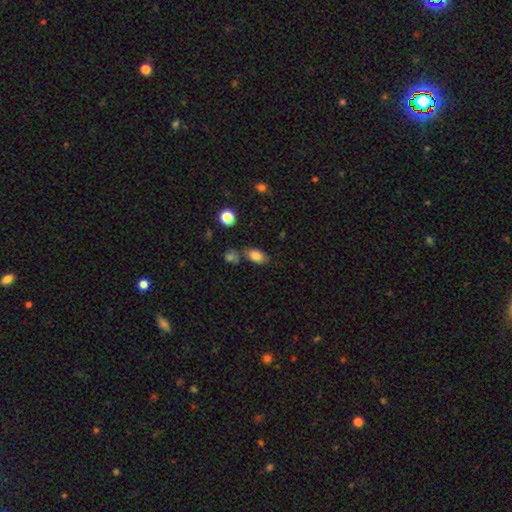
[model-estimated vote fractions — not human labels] Smooth or featured?
  - smooth: 82% *
  - star or artifact: 9%
  - featured or disk: 9%
How rounded?
  - in between: 87% *
  - round: 10%
  - cigar-shaped: 2%
Merging?
  - none: 65% *
  - minor disturbance: 16%
  - merger: 14%
  - major disturbance: 5%